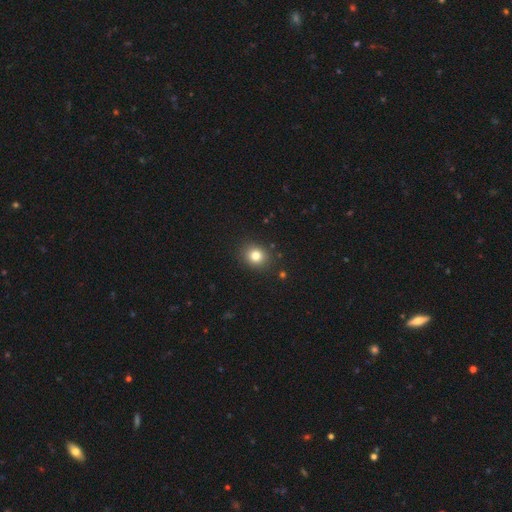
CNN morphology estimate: This is clearly a smooth galaxy (80%). How rounded: likely round (70%). Merging: clearly none (89%).